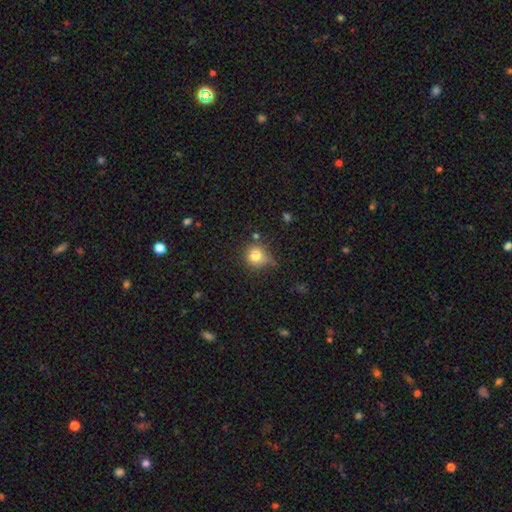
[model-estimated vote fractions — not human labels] Q: Smooth or featured?
A: smooth (80%); runner-up: star or artifact (12%)
Q: How rounded?
A: round (90%); runner-up: in between (10%)
Q: Merging?
A: none (67%); runner-up: minor disturbance (21%)